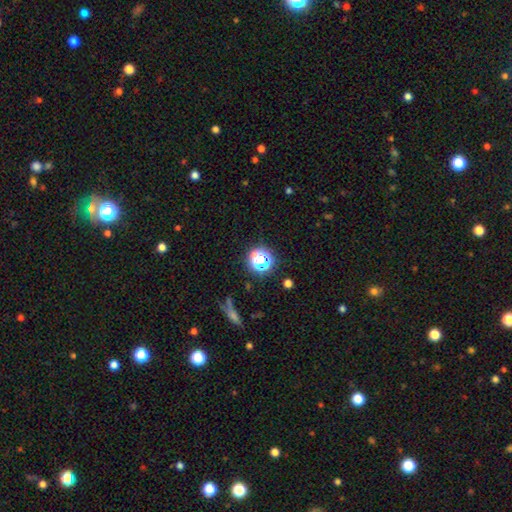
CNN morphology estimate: Overall: star or artifact (57%; smooth 33%).